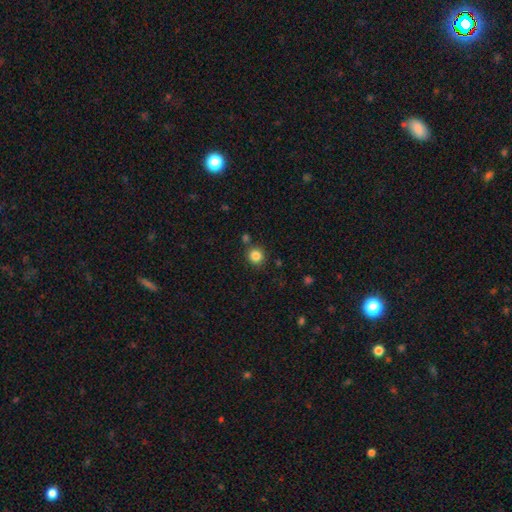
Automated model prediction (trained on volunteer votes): Smooth or featured? Predicted: smooth (p=0.84). How rounded? Predicted: round (p=0.92). Merging? Predicted: none (p=0.82).